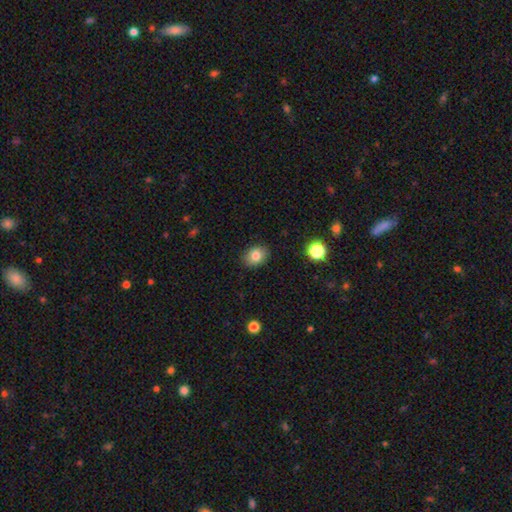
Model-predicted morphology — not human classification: type=smooth (82%); roundness=in between (63%); merging=none (87%).